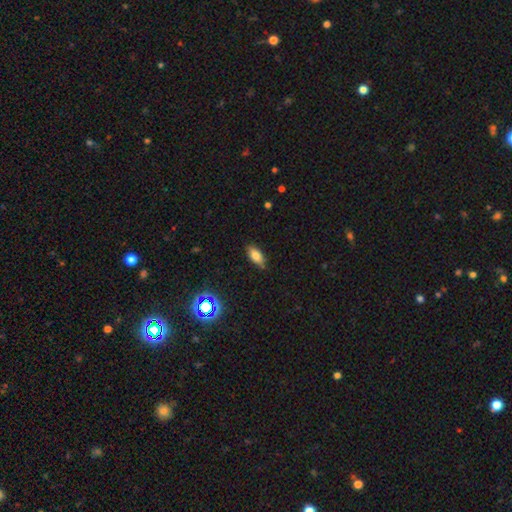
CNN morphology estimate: Overall: smooth (79%). How rounded: in between (87%). Merging: none (83%).